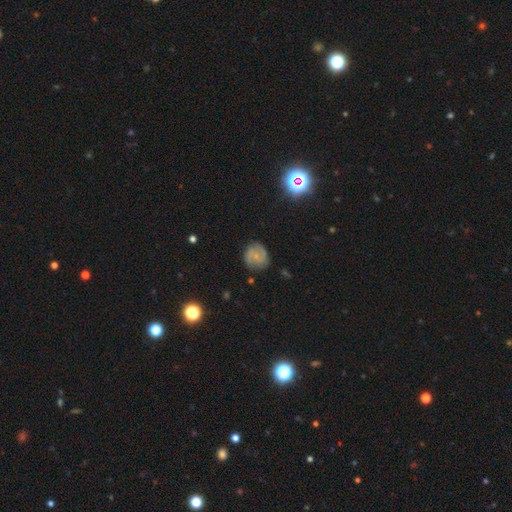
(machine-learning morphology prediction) smooth-or-featured: featured or disk: 56% | smooth: 34% | star or artifact: 10%
  disk-edge-on: no: 97% | yes: 3%
    bar: no: 62% | weak: 32% | strong: 6%
    has-spiral-arms: yes: 88% | no: 12%
    bulge-size: small: 65% | none: 18% | moderate: 15% | large: 1% | dominant: 1%
  merging: none: 75% | minor disturbance: 18% | major disturbance: 5% | merger: 2%